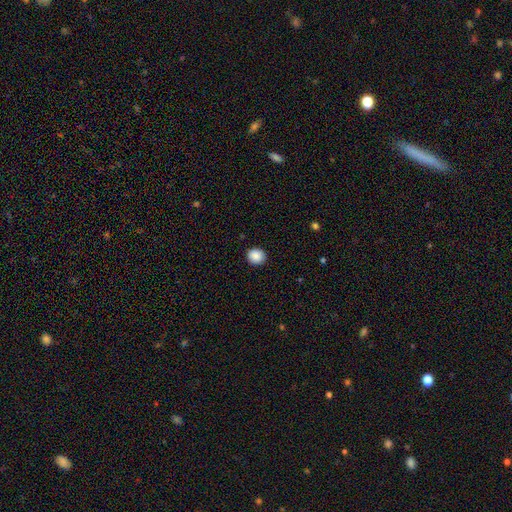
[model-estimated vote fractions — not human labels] A smooth galaxy with no disk features (88%) that is round (82%).

Vote fractions:
- Smooth or featured? smooth: 88% / star or artifact: 8% / featured or disk: 4%
- How rounded? round: 82% / in between: 17% / cigar-shaped: 1%
- Merging? none: 91% / minor disturbance: 6% / major disturbance: 2% / merger: 1%